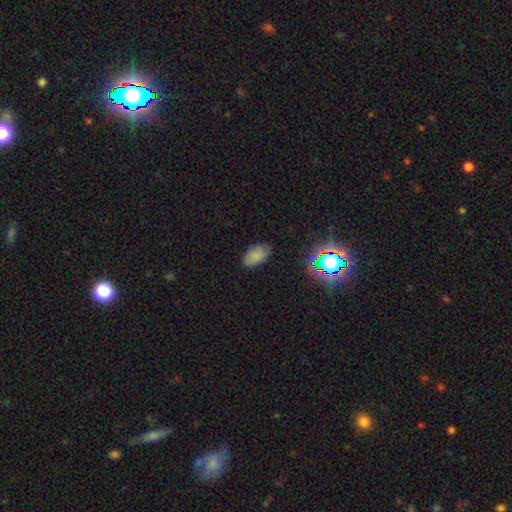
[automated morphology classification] Smooth or featured? Predicted: smooth (p=0.80). How rounded? Predicted: in between (p=0.94). Merging? Predicted: none (p=0.83).